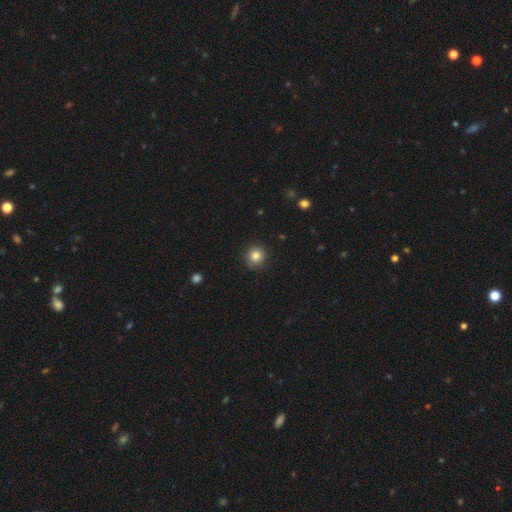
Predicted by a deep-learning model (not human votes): Smooth or featured: smooth — 83% (star or artifact — 11%)
How rounded: round — 91% (in between — 8%)
Merging: none — 86% (minor disturbance — 11%)